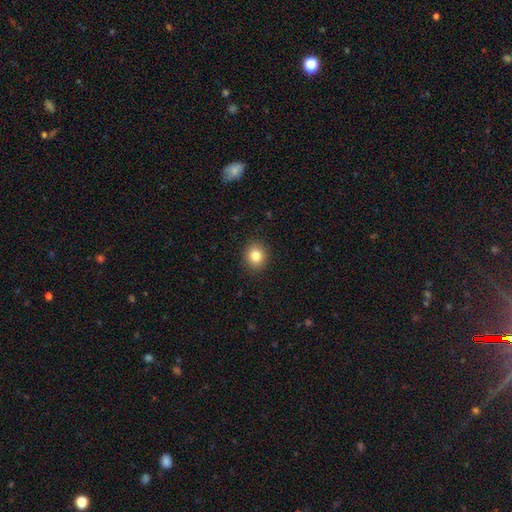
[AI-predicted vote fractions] Smooth or featured? Predicted: smooth (p=0.84). How rounded? Predicted: round (p=0.83). Merging? Predicted: none (p=0.91).